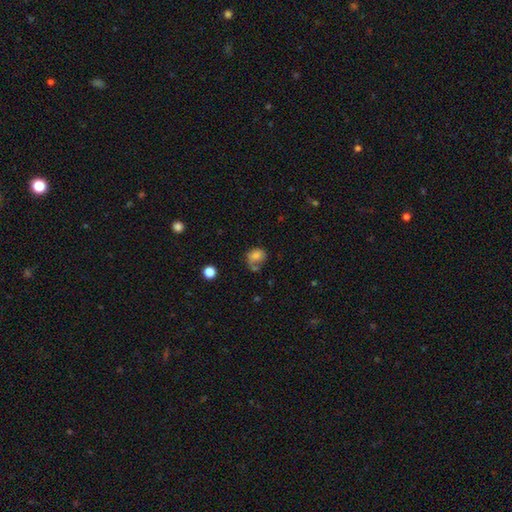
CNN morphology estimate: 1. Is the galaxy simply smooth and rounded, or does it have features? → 76% smooth, 13% featured or disk, 11% star or artifact.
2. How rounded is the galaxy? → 52% round, 47% in between, 1% cigar-shaped.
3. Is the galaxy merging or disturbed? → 43% none, 23% minor disturbance, 20% merger, 14% major disturbance.